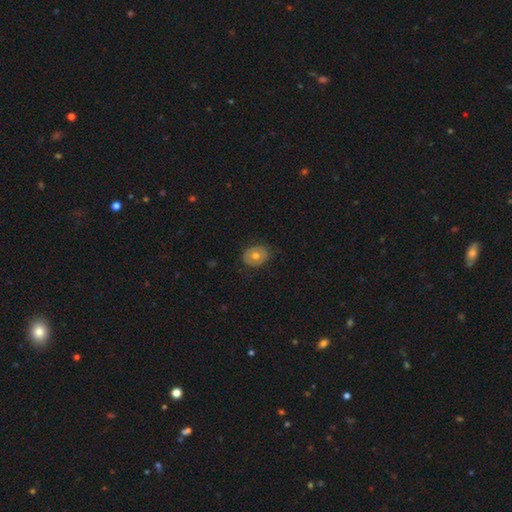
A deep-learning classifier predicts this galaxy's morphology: Smooth or featured? Predicted: smooth (p=0.59). How rounded? Predicted: round (p=0.52). Merging? Predicted: none (p=0.80).